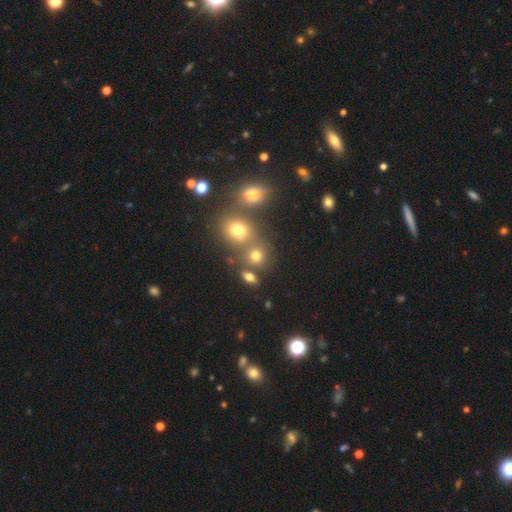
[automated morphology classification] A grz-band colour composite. It shows a smooth galaxy with no disk features (72%) that is round (74%). Merging: none (57%).